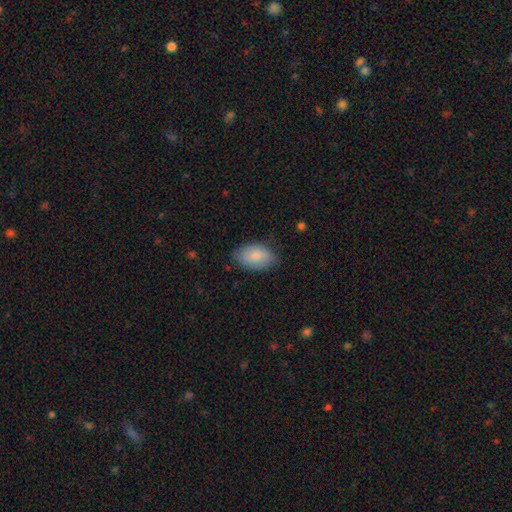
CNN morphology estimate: Smooth or featured? smooth (81%)
How rounded? in between (91%)
Merging? none (75%)